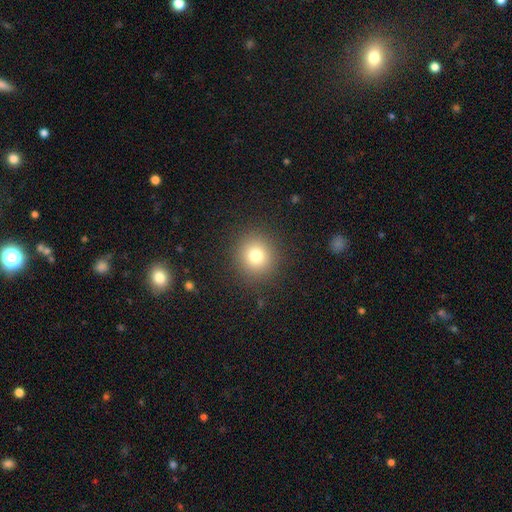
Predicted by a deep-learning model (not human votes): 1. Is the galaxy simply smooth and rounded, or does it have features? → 77% smooth, 14% star or artifact, 9% featured or disk.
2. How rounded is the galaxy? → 91% round, 8% in between, 1% cigar-shaped.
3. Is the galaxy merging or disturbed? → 90% none, 6% minor disturbance, 3% major disturbance, 1% merger.